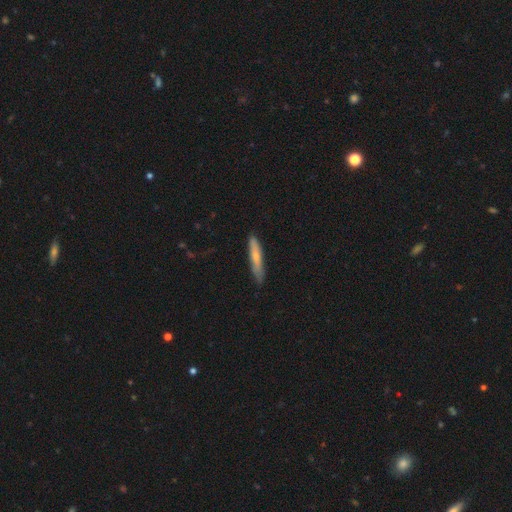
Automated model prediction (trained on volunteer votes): The model was most divided on "smooth or featured": smooth: 65%, featured or disk: 29%, star or artifact: 6%. More confident: how rounded — cigar-shaped (90%); merging — none (79%).